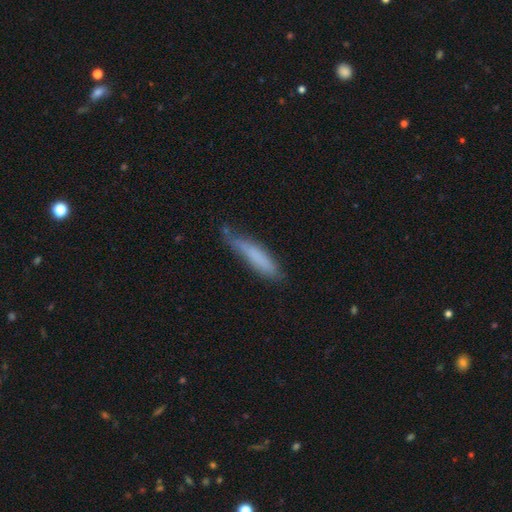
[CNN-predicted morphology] Smooth or featured: smooth — 71% (featured or disk — 22%)
How rounded: cigar-shaped — 87% (in between — 12%)
Merging: none — 63% (minor disturbance — 28%)